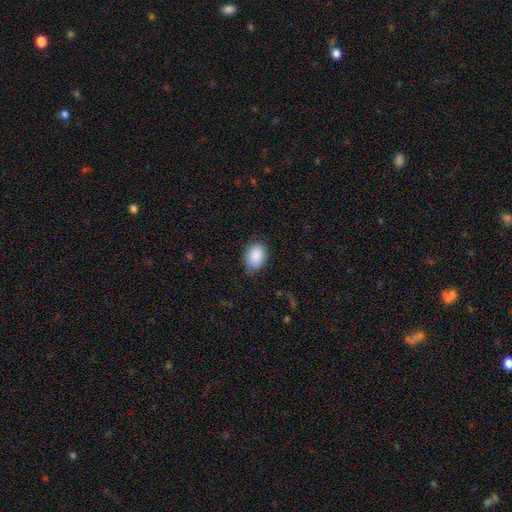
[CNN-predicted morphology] A smooth galaxy with no disk features (89%) that is in between round and cigar-shaped (83%). Merging: none (73%).